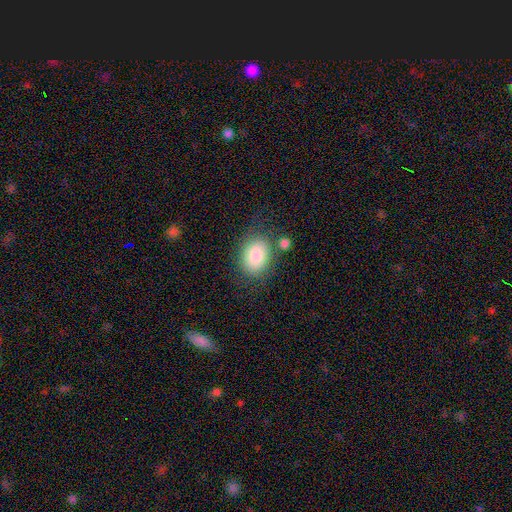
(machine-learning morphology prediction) Smooth or featured? smooth (86%)
How rounded? in between (74%)
Merging? none (70%)